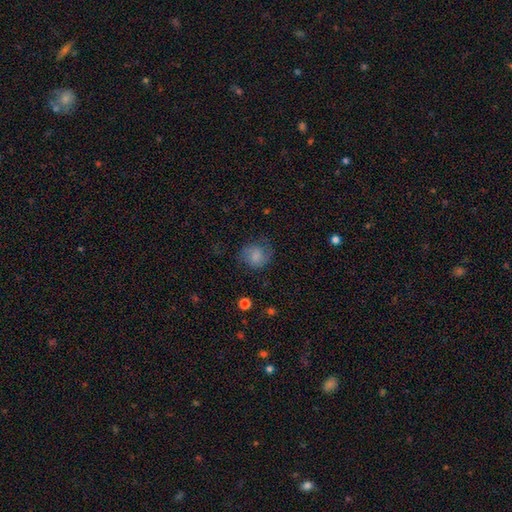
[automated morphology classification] type=smooth (69%); roundness=round (73%); merging=none (63%).